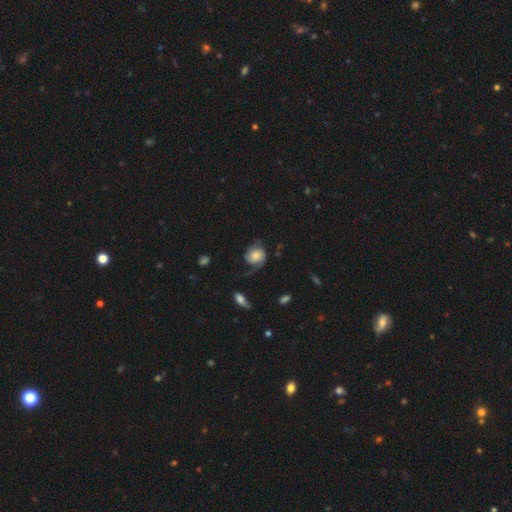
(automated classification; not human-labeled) Smooth or featured? Predicted: featured or disk (p=0.59). Edge-on disk? Predicted: no (p=0.97). Bar? Predicted: no (p=0.72). Spiral arms? Predicted: yes (p=0.91). Spiral winding? Predicted: medium (p=0.39). Spiral arm count? Predicted: 2 (p=0.68). Bulge size? Predicted: large (p=0.36). Merging? Predicted: none (p=0.52).